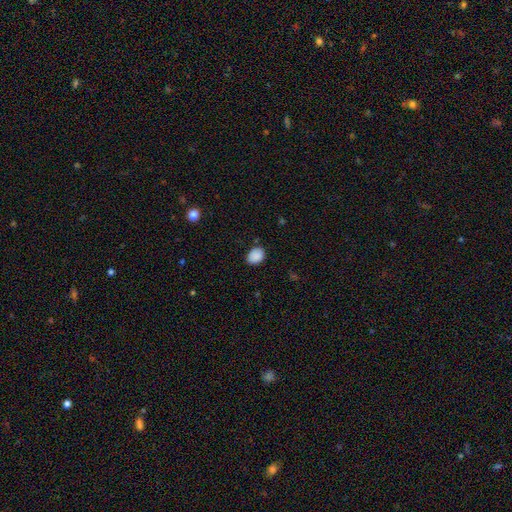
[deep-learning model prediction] The model was most divided on "how rounded": in between: 70%, round: 29%, cigar-shaped: 1%. More confident: smooth or featured — smooth (89%); merging — none (82%).